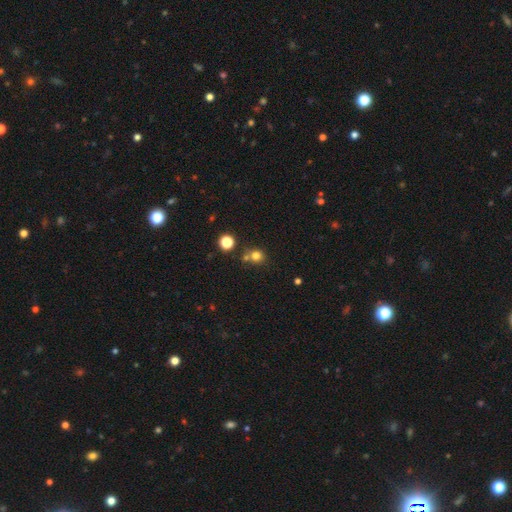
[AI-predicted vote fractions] Smooth or featured? Predicted: smooth (p=0.76). How rounded? Predicted: round (p=0.86). Merging? Predicted: none (p=0.64).